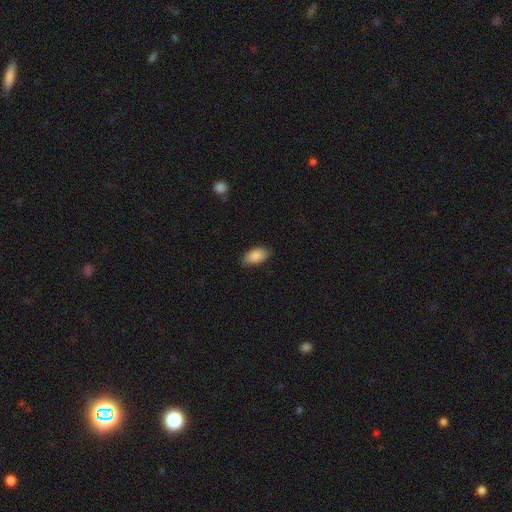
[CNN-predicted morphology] Overall: smooth (86%). How rounded: in between (94%). Merging: none (76%).